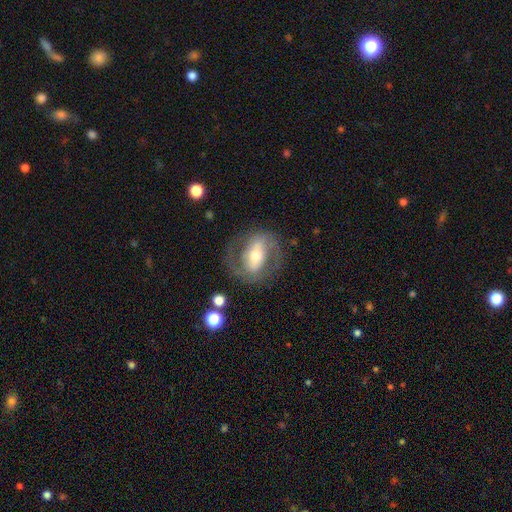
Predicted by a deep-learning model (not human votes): Q: Smooth or featured?
A: featured or disk (76%); runner-up: smooth (19%)
Q: Edge-on disk?
A: no (95%); runner-up: yes (5%)
Q: Bar?
A: strong (51%); runner-up: weak (30%)
Q: Spiral arms?
A: yes (76%); runner-up: no (24%)
Q: Spiral winding?
A: medium (49%); runner-up: tight (31%)
Q: Spiral arm count?
A: 2 (85%); runner-up: can't tell (9%)
Q: Bulge size?
A: moderate (61%); runner-up: small (26%)
Q: Merging?
A: none (75%); runner-up: minor disturbance (13%)